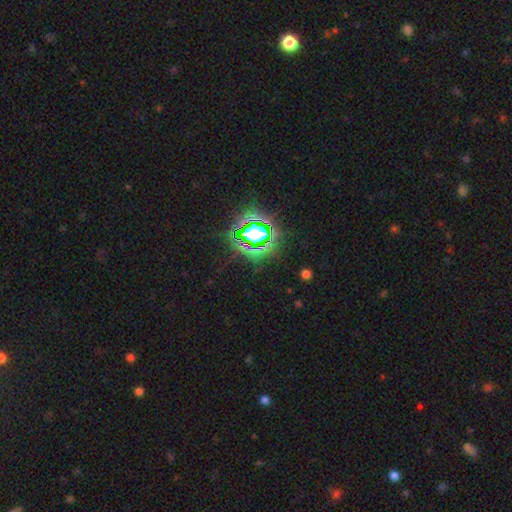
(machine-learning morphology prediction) Overall: star or artifact (77%).